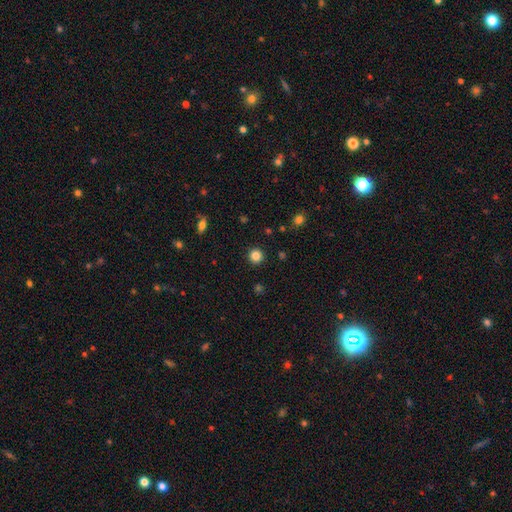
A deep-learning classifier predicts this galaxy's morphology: Overall: smooth (84%). How rounded: round (95%). Merging: none (92%).